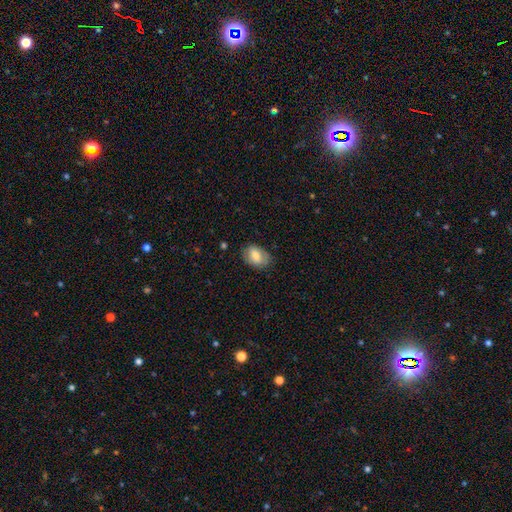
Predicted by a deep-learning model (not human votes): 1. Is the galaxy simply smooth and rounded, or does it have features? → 71% smooth, 22% featured or disk, 7% star or artifact.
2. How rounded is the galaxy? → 84% in between, 15% round, 1% cigar-shaped.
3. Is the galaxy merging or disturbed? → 76% none, 18% minor disturbance, 4% major disturbance, 1% merger.